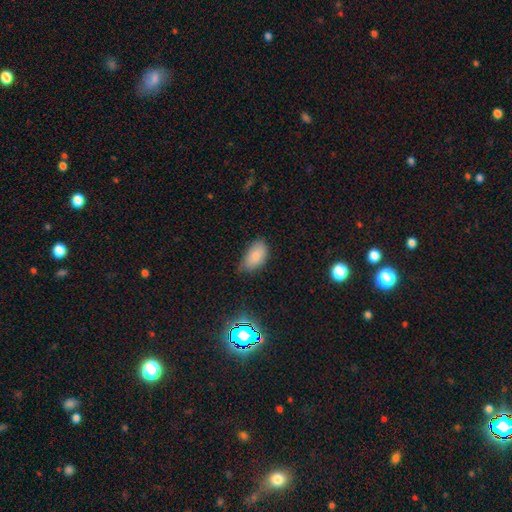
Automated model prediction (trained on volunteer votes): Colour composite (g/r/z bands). It shows a smooth galaxy with no disk features (81%) that is in between round and cigar-shaped (93%). Merging: none (62%).